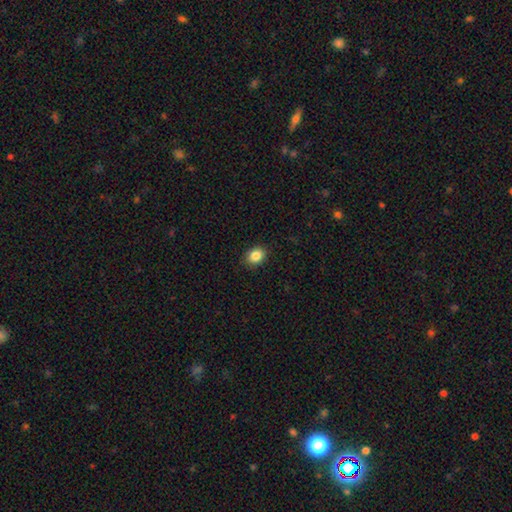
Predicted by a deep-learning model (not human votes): Smooth or featured?
  - smooth: 86% *
  - star or artifact: 9%
  - featured or disk: 5%
How rounded?
  - in between: 62% *
  - round: 37%
  - cigar-shaped: 1%
Merging?
  - none: 88% *
  - minor disturbance: 9%
  - major disturbance: 2%
  - merger: 1%